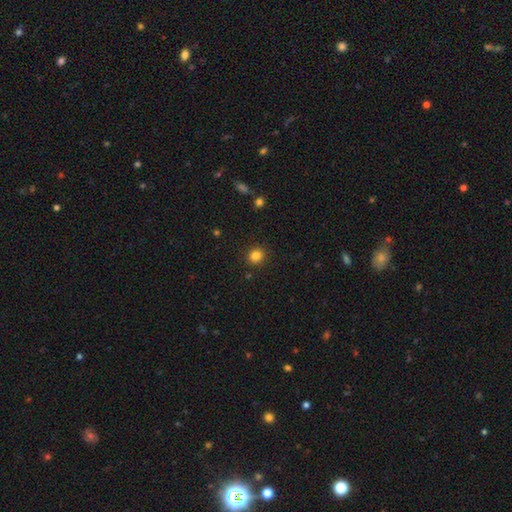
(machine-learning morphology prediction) Smooth or featured: smooth — 84% (star or artifact — 12%)
How rounded: round — 81% (in between — 18%)
Merging: none — 90% (minor disturbance — 6%)